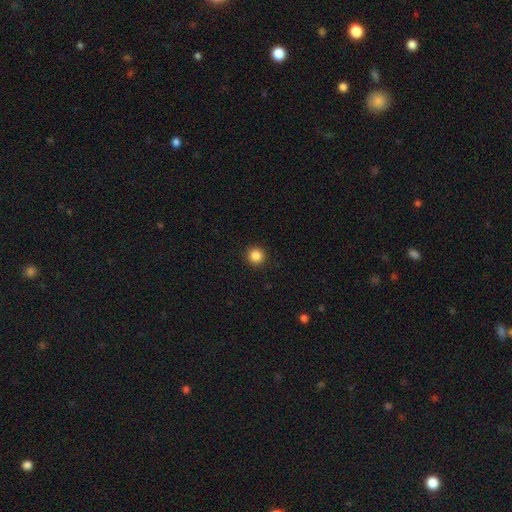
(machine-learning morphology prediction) A smooth galaxy with no disk features (86%) that is round (96%).

Vote fractions:
- Smooth or featured? smooth: 86% / star or artifact: 11% / featured or disk: 3%
- How rounded? round: 96% / in between: 3% / cigar-shaped: 1%
- Merging? none: 93% / minor disturbance: 4% / major disturbance: 2% / merger: 1%